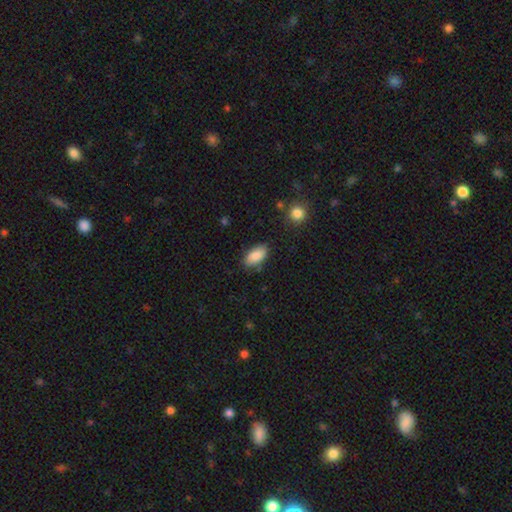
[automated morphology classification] A smooth galaxy with no disk features (87%) that is in between round and cigar-shaped (93%).

Vote fractions:
- Smooth or featured? smooth: 87% / featured or disk: 7% / star or artifact: 7%
- How rounded? in between: 93% / cigar-shaped: 4% / round: 3%
- Merging? none: 81% / minor disturbance: 14% / major disturbance: 3% / merger: 2%